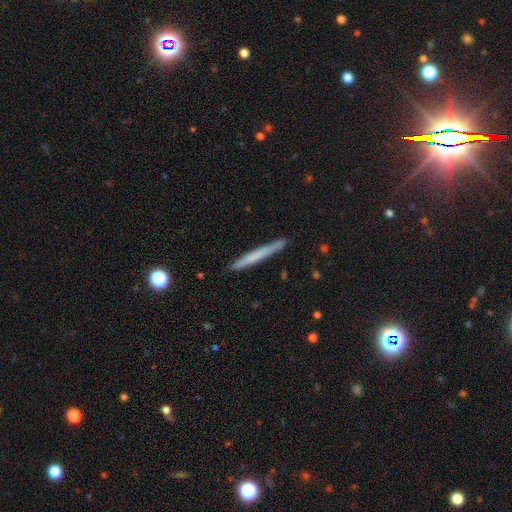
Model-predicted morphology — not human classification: Smooth or featured? smooth (60%)
How rounded? cigar-shaped (97%)
Merging? none (89%)